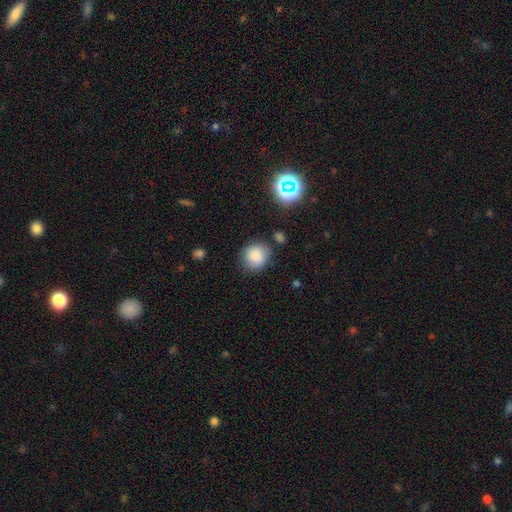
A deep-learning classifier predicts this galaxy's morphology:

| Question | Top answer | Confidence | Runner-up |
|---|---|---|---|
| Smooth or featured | smooth | 82% | star or artifact (11%) |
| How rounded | round | 83% | in between (16%) |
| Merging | none | 76% | minor disturbance (16%) |